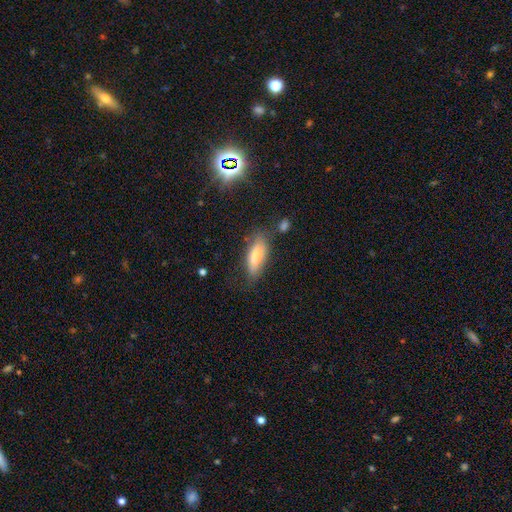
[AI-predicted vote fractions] The model was most divided on "how rounded": in between: 64%, cigar-shaped: 33%, round: 2%. More confident: smooth or featured — smooth (70%); merging — none (70%).